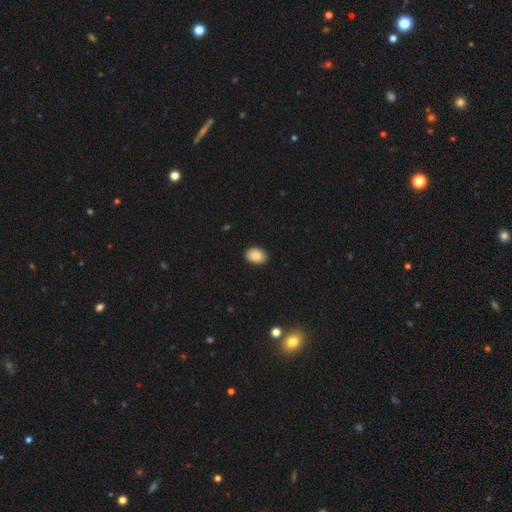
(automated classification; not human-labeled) Smooth or featured? smooth (88%)
How rounded? in between (70%)
Merging? none (90%)